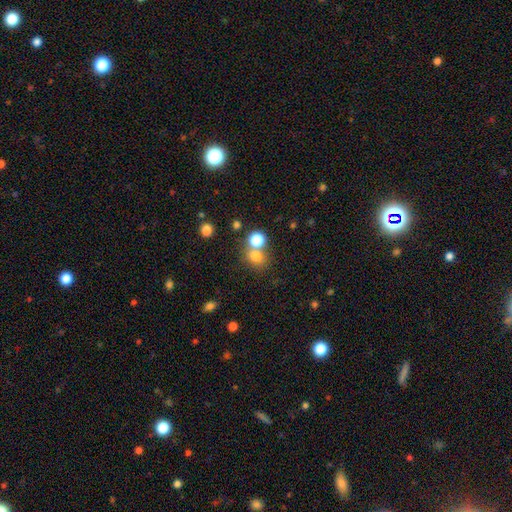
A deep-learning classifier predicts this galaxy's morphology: This is likely a smooth galaxy (75%). How rounded: likely round (74%). Merging: possibly none (54%).